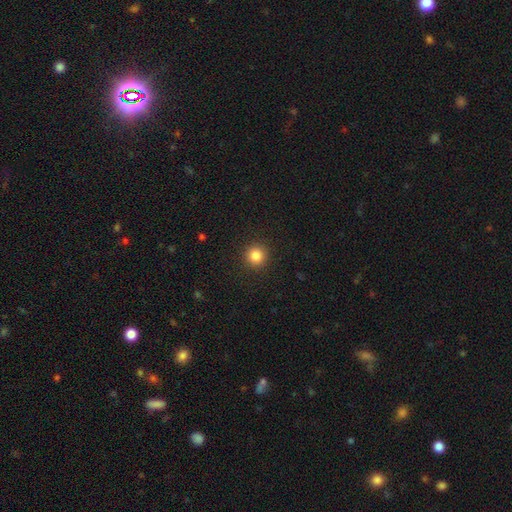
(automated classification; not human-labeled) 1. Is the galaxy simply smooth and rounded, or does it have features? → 85% smooth, 11% star or artifact, 4% featured or disk.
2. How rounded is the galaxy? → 94% round, 5% in between, 1% cigar-shaped.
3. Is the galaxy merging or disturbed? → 92% none, 5% minor disturbance, 2% major disturbance, 1% merger.